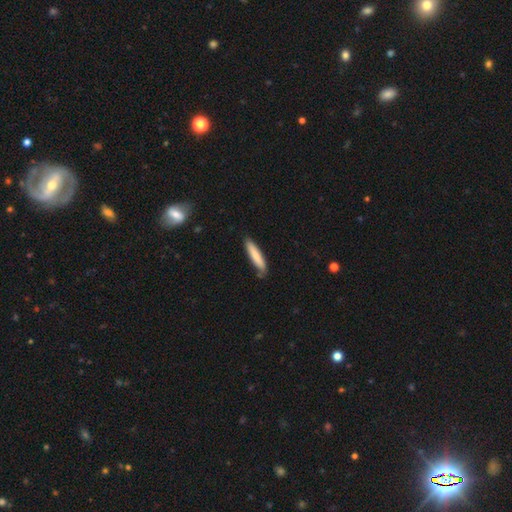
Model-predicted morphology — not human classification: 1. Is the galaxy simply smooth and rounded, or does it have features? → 79% smooth, 15% featured or disk, 5% star or artifact.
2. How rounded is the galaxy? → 86% cigar-shaped, 12% in between, 1% round.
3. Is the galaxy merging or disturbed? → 76% none, 19% minor disturbance, 3% major disturbance, 2% merger.